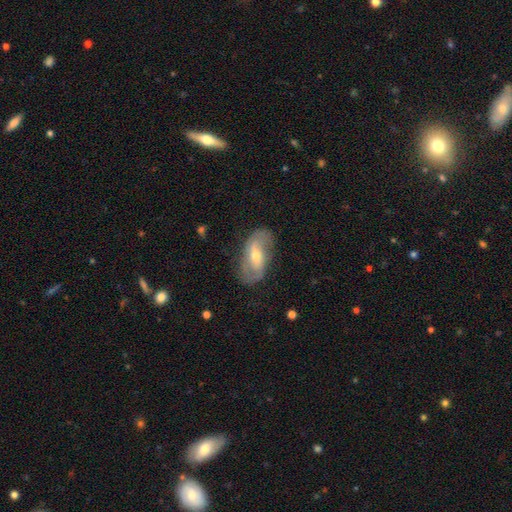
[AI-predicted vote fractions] A featured or disk galaxy (73%) with a weak bar (41%), 2 (84%) loose (45%) spiral arms (83%) and a moderate central bulge (51%).

Vote fractions:
- Smooth or featured? featured or disk: 73% / smooth: 20% / star or artifact: 7%
- Edge-on disk? no: 93% / yes: 7%
- Bar? weak: 41% / no: 31% / strong: 27%
- Spiral arms? yes: 83% / no: 17%
- Spiral winding? loose: 45% / medium: 36% / tight: 19%
- Spiral arm count? 2: 84% / can't tell: 10% / 1: 3% / 3: 1% / 4: 1% / more than 4: 1%
- Bulge size? moderate: 51% / small: 45% / large: 2% / none: 1% / dominant: 1%
- Merging? none: 74% / minor disturbance: 18% / major disturbance: 7% / merger: 1%